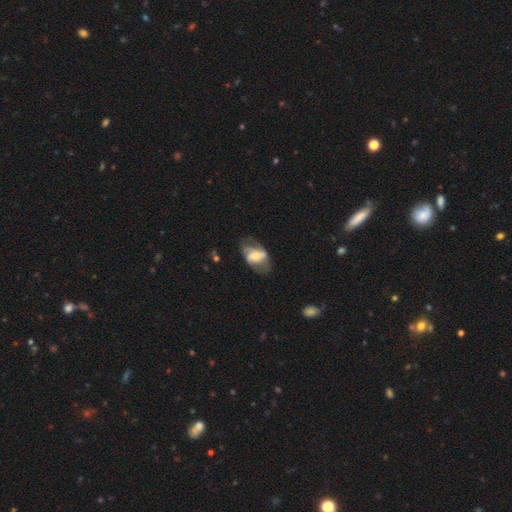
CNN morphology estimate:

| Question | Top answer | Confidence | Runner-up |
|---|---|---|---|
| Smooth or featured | featured or disk | 54% | smooth (39%) |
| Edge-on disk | no | 93% | yes (7%) |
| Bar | no | 38% | weak (36%) |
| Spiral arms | yes | 60% | no (40%) |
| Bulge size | moderate | 45% | small (37%) |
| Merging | none | 51% | minor disturbance (26%) |